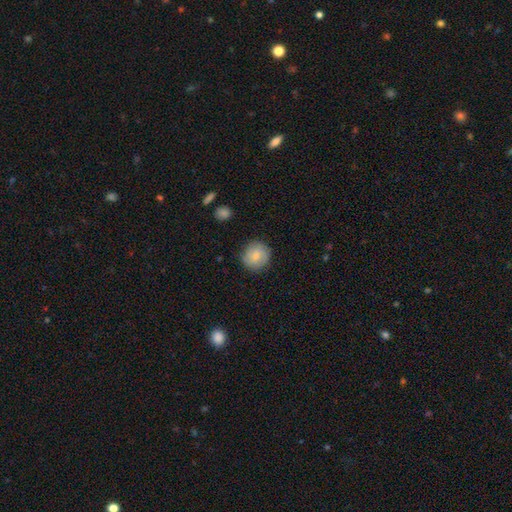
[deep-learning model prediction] This appears to be a smooth galaxy with no disk features (82%) that is round (91%). Merging: none (86%).